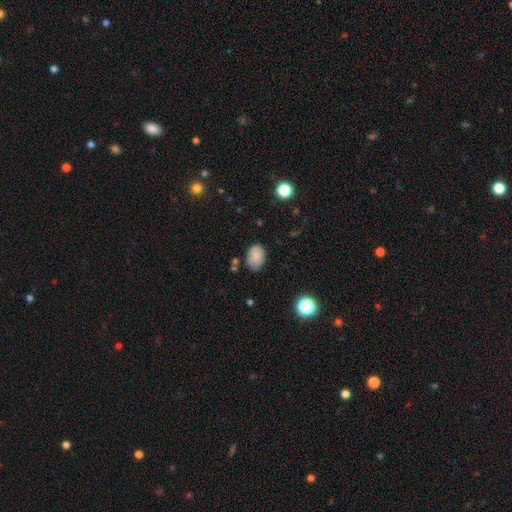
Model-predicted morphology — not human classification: This is clearly a smooth galaxy (84%). How rounded: clearly in between (84%). Merging: likely none (76%).